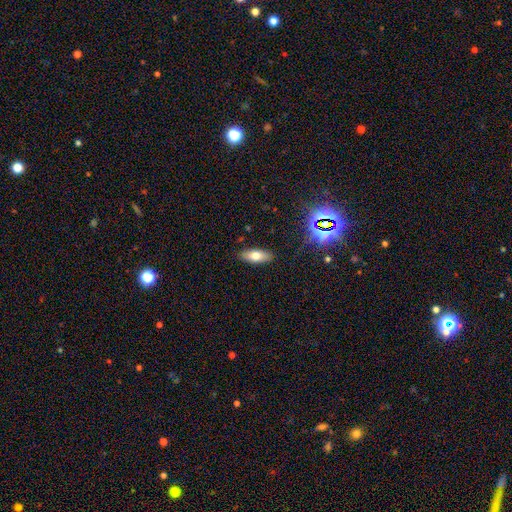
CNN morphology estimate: Smooth or featured?
  - smooth: 71% *
  - featured or disk: 18%
  - star or artifact: 11%
How rounded?
  - in between: 77% *
  - cigar-shaped: 20%
  - round: 3%
Merging?
  - none: 87% *
  - minor disturbance: 9%
  - major disturbance: 2%
  - merger: 1%